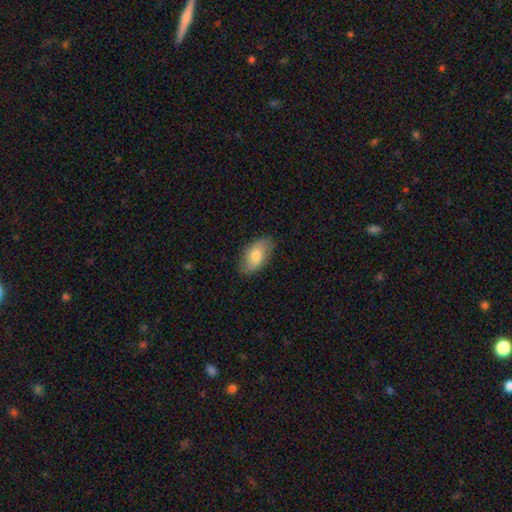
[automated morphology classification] smooth_or_featured: smooth (p=0.70) [alt: featured or disk p=0.24]
how_rounded: in between (p=0.93) [alt: round p=0.04]
merging: none (p=0.81) [alt: minor disturbance p=0.15]